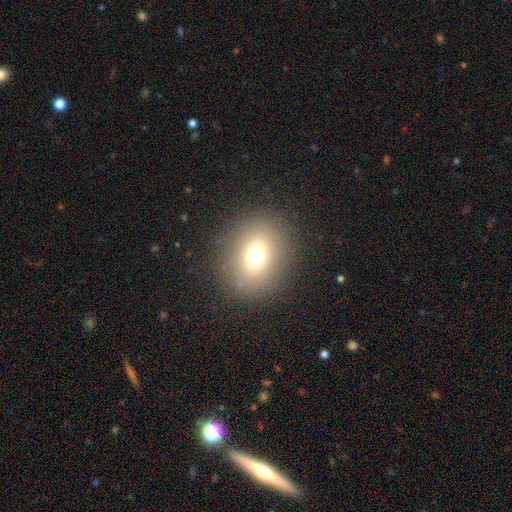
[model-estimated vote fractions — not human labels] This appears to be a smooth galaxy with no disk features (69%) that is round (62%). Merging: none (86%).